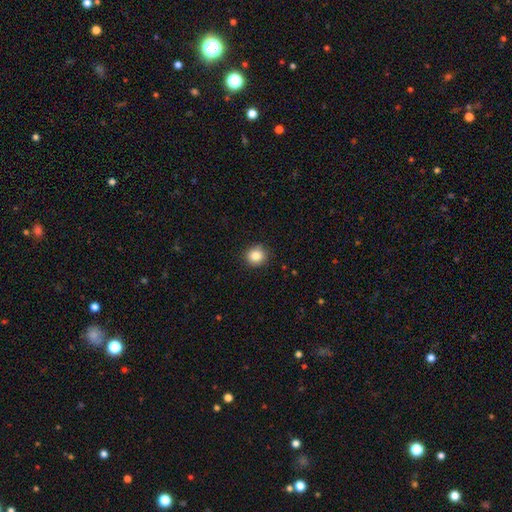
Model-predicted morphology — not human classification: Smooth or featured: smooth — 85% (star or artifact — 10%)
How rounded: round — 90% (in between — 9%)
Merging: none — 90% (minor disturbance — 7%)